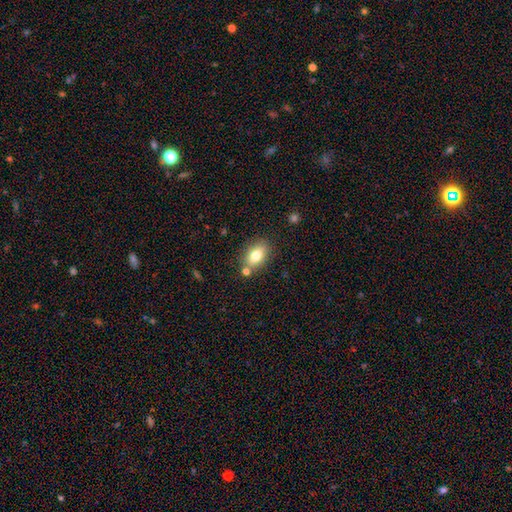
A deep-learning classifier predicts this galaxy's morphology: Smooth or featured?
  - smooth: 77% *
  - featured or disk: 14%
  - star or artifact: 9%
How rounded?
  - in between: 86% *
  - round: 11%
  - cigar-shaped: 3%
Merging?
  - none: 75% *
  - minor disturbance: 13%
  - merger: 10%
  - major disturbance: 3%